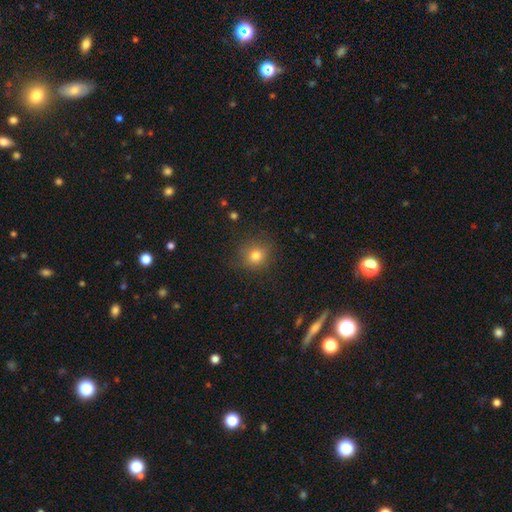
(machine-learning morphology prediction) Smooth or featured? smooth (79%)
How rounded? round (85%)
Merging? none (82%)